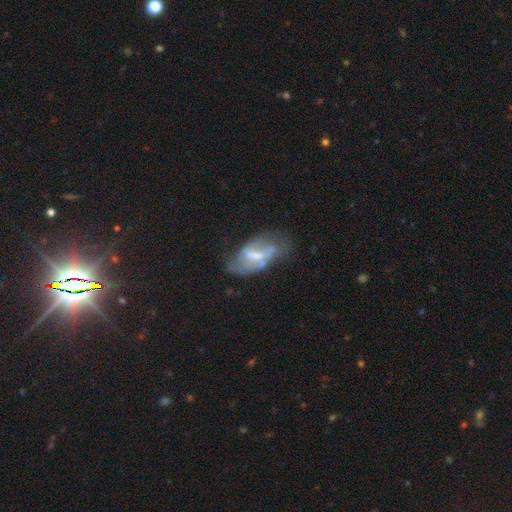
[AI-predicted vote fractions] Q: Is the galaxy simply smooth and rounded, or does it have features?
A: featured or disk — 64%.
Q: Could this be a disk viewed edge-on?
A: no — 92%.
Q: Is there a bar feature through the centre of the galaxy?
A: weak — 46%.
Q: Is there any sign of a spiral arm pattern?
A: yes — 59%.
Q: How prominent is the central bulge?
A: moderate — 40%.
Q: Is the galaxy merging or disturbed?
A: none — 44%.